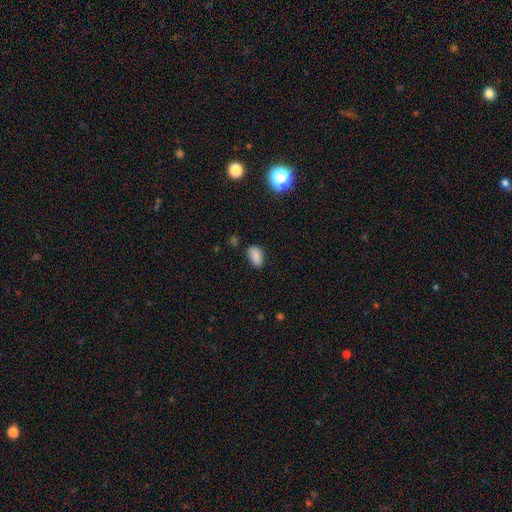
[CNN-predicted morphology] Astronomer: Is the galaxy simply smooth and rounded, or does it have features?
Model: smooth — 85%.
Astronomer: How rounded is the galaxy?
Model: in between — 92%.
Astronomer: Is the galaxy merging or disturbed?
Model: none — 77%.